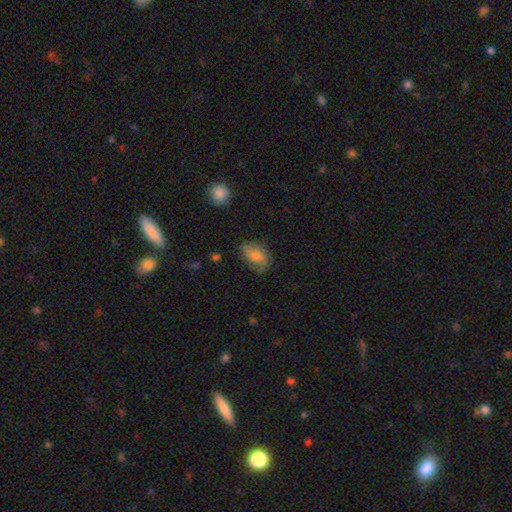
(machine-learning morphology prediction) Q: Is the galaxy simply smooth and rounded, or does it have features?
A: smooth — 62%.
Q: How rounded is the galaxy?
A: in between — 84%.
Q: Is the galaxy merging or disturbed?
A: none — 63%.